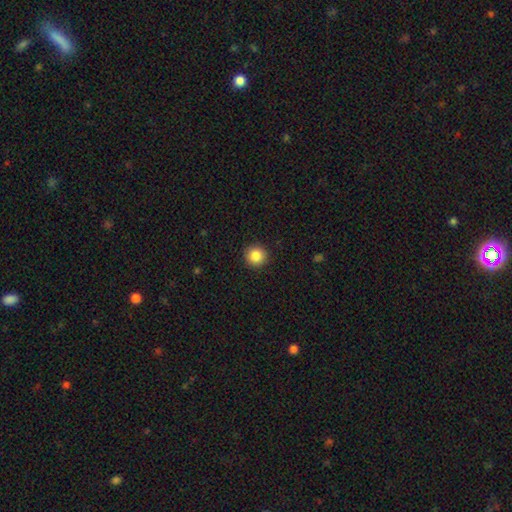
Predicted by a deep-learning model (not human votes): Smooth or featured? smooth (86%)
How rounded? round (94%)
Merging? none (92%)